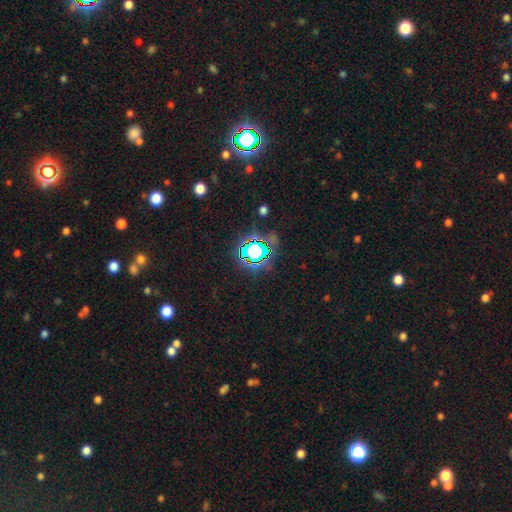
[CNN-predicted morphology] Smooth or featured? Predicted: star or artifact (p=0.66).